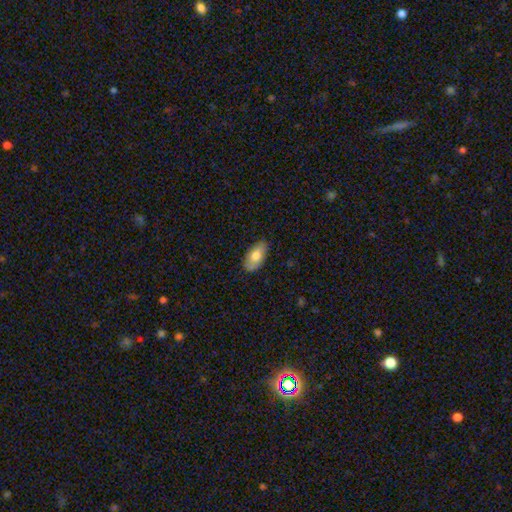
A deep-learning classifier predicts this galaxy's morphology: A smooth galaxy with no disk features (74%) that is in between round and cigar-shaped (94%). Merging: none (82%).